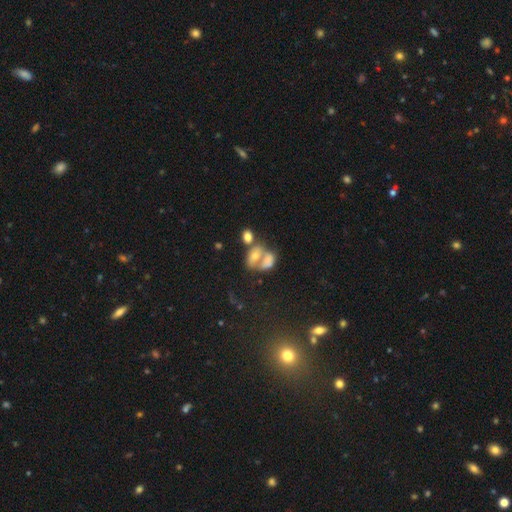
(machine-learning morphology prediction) Smooth or featured?
  - smooth: 45% *
  - featured or disk: 36%
  - star or artifact: 18%
Merging?
  - merger: 56% *
  - none: 24%
  - minor disturbance: 10%
  - major disturbance: 9%